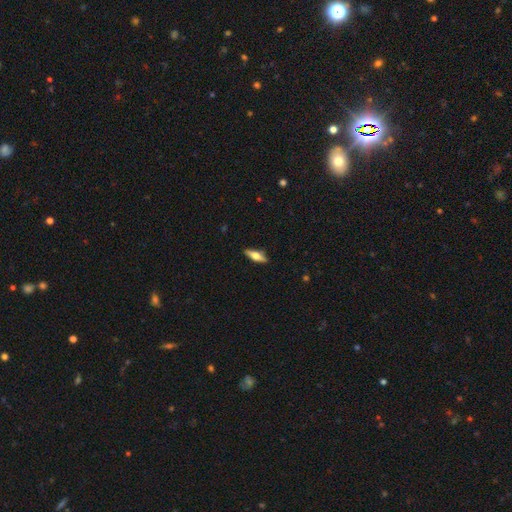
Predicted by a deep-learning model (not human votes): Smooth or featured: smooth — 49% (featured or disk — 45%)
Merging: none — 88% (minor disturbance — 9%)